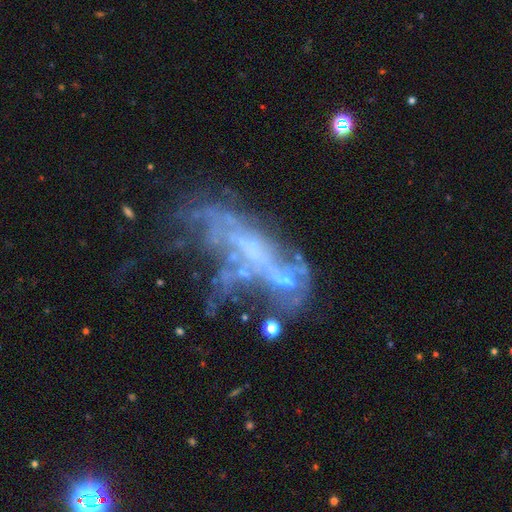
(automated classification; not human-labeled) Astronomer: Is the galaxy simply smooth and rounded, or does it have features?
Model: featured or disk — 68%.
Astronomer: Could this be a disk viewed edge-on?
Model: no — 88%.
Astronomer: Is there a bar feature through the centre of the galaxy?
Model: no — 71%.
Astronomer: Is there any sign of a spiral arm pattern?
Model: no — 69%.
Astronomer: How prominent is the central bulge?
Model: none — 62%.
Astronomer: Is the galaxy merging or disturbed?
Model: major disturbance — 40% (runner-up: merger, 25%).